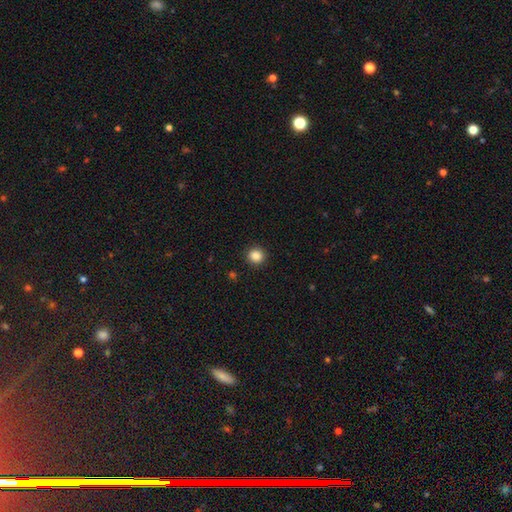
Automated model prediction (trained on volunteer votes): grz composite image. It shows a smooth galaxy with no disk features (86%) that is round (93%). Merging: none (92%).